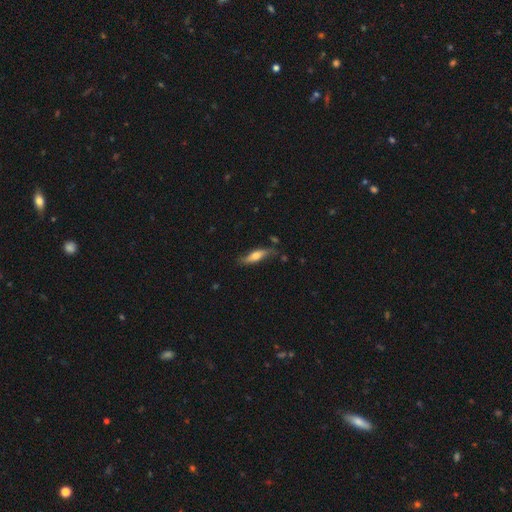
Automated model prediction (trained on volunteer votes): smooth_or_featured: smooth (p=0.51) [alt: featured or disk p=0.42]
how_rounded: cigar-shaped (p=0.63) [alt: in between p=0.35]
merging: none (p=0.70) [alt: minor disturbance p=0.22]